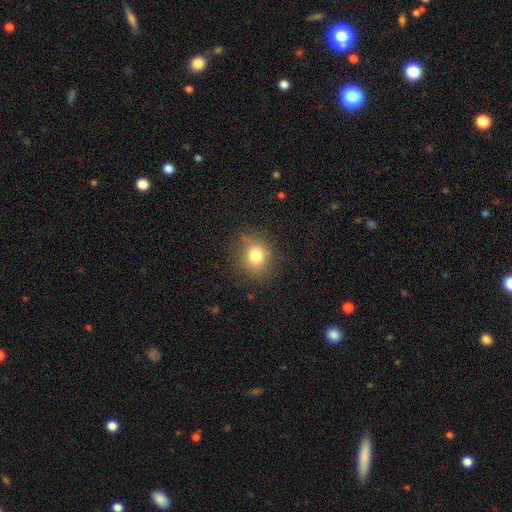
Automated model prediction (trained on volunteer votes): A smooth galaxy with no disk features (78%) that is round (75%).

Vote fractions:
- Smooth or featured? smooth: 78% / star or artifact: 12% / featured or disk: 9%
- How rounded? round: 75% / in between: 24% / cigar-shaped: 1%
- Merging? none: 82% / minor disturbance: 13% / major disturbance: 4% / merger: 1%